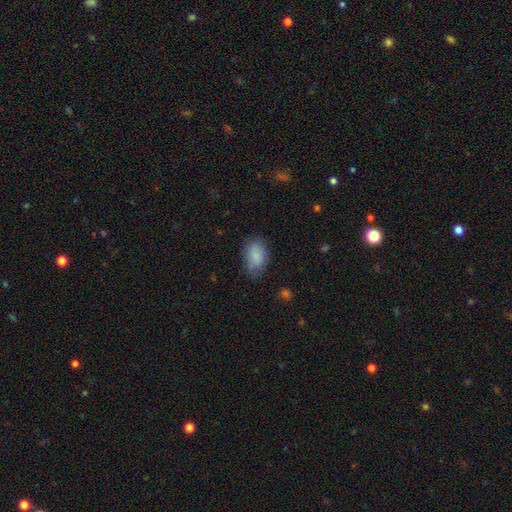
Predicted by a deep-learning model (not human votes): Smooth or featured: smooth — 84% (featured or disk — 8%)
How rounded: in between — 87% (round — 12%)
Merging: none — 71% (minor disturbance — 22%)